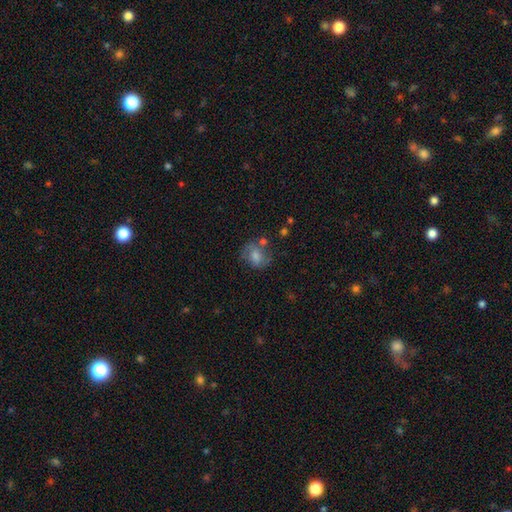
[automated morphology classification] This is possibly a smooth galaxy (54%). How rounded: possibly round (53%). Merging: possibly none (60%).